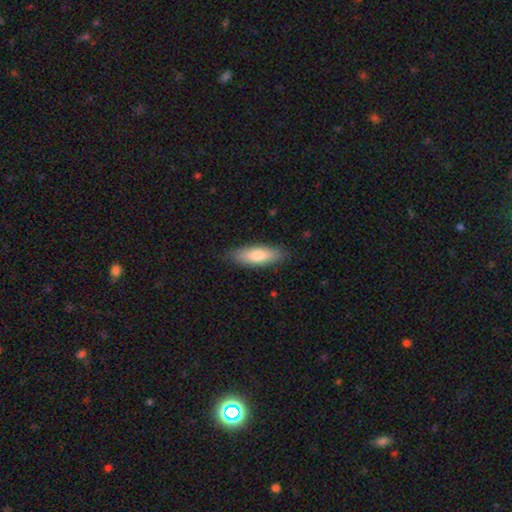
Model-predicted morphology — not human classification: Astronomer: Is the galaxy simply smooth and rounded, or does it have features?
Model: smooth — 76%.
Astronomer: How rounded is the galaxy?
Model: cigar-shaped — 51% (runner-up: in between, 47%).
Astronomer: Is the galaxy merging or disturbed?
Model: none — 87%.